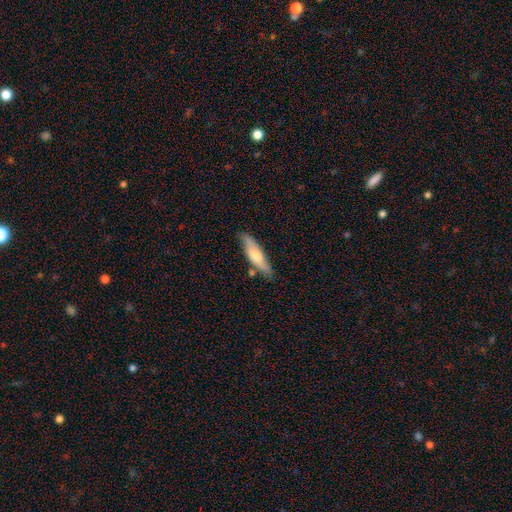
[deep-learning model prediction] This is possibly a smooth galaxy (59%). How rounded: likely cigar-shaped (68%). Merging: likely none (72%).